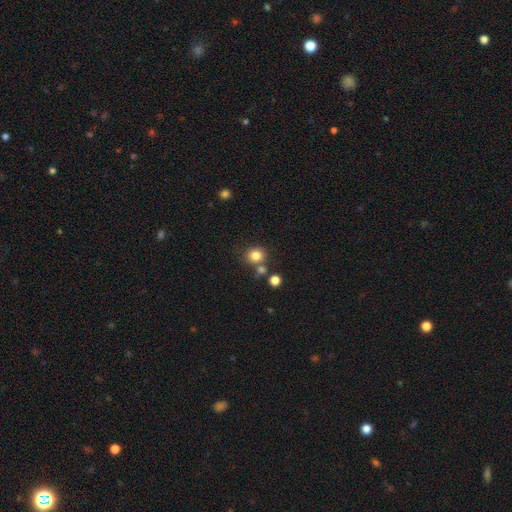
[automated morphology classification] Smooth or featured? Predicted: smooth (p=0.82). How rounded? Predicted: round (p=0.85). Merging? Predicted: none (p=0.70).